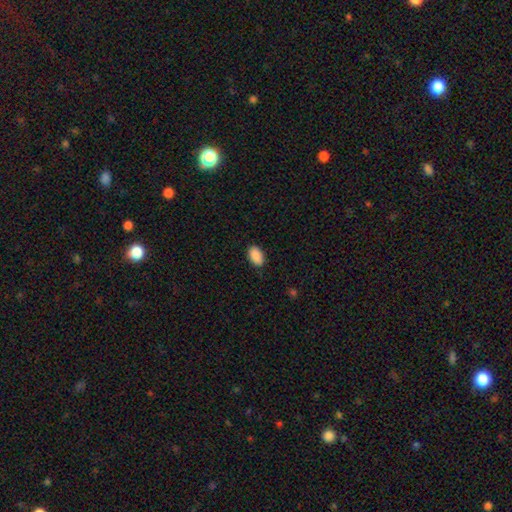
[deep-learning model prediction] Morphology: type=smooth (90%); roundness=in between (93%); merging=none (85%).